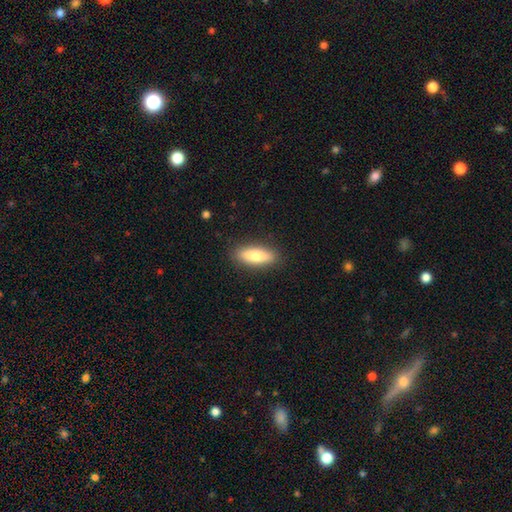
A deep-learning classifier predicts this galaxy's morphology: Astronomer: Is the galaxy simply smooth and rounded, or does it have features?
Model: smooth — 78%.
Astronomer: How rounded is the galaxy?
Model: in between — 57% (runner-up: cigar-shaped, 41%).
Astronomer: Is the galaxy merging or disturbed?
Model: none — 88%.